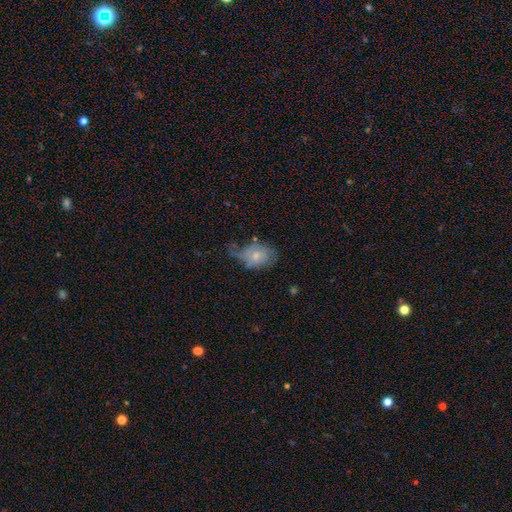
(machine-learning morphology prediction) type=smooth (55%); roundness=in between (78%); merging=minor disturbance (36%).